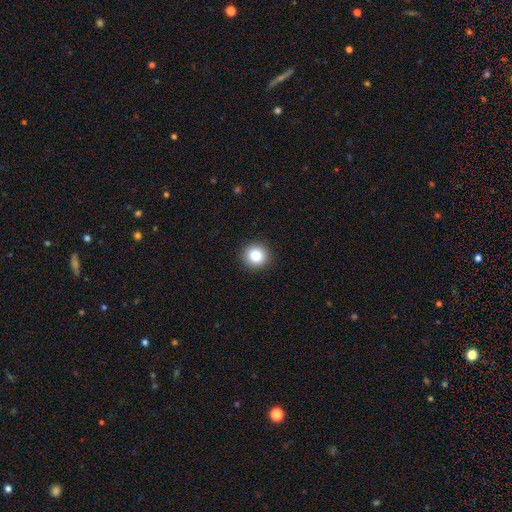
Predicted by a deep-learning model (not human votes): The model was most divided on "smooth or featured": smooth: 83%, star or artifact: 11%, featured or disk: 7%. More confident: how rounded — round (93%); merging — none (93%).